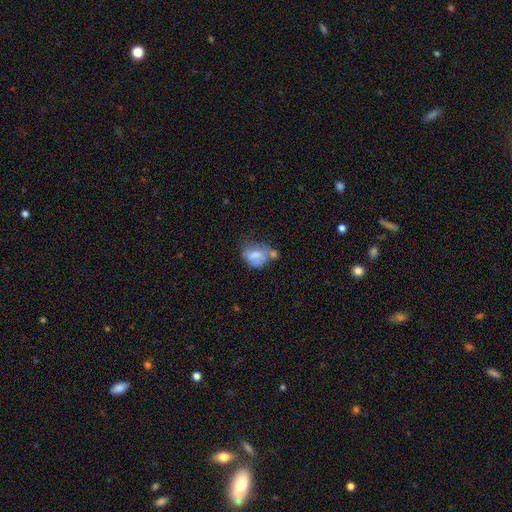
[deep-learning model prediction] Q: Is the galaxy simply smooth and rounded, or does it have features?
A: smooth — 63%.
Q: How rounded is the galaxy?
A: in between — 67%.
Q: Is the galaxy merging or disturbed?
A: merger — 33%.